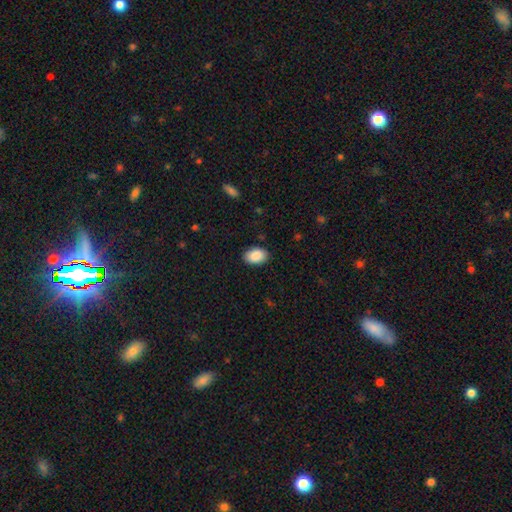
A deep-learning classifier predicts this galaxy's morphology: The model was most divided on "how rounded": in between: 89%, round: 10%, cigar-shaped: 1%. More confident: smooth or featured — smooth (89%); merging — none (88%).